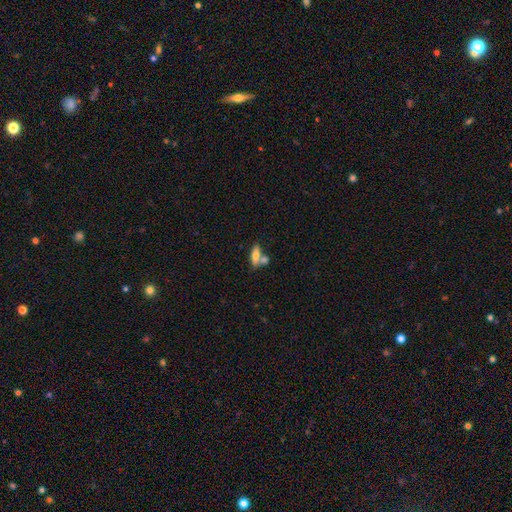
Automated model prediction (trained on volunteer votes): Smooth or featured?
  - smooth: 68% *
  - featured or disk: 25%
  - star or artifact: 8%
How rounded?
  - in between: 66% *
  - cigar-shaped: 30%
  - round: 4%
Merging?
  - none: 49% *
  - merger: 36%
  - minor disturbance: 11%
  - major disturbance: 4%